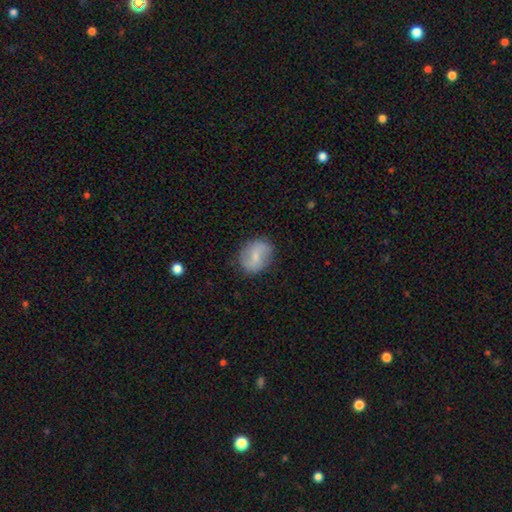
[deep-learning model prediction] This is possibly a smooth galaxy (47%). Merging: clearly none (82%).